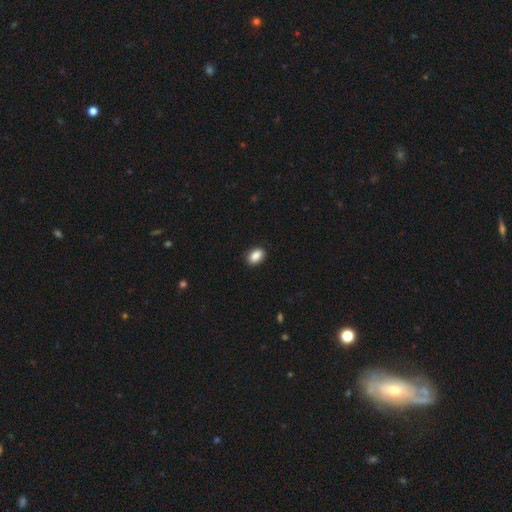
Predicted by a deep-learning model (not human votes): Smooth or featured? Predicted: smooth (p=0.89). How rounded? Predicted: in between (p=0.87). Merging? Predicted: none (p=0.88).